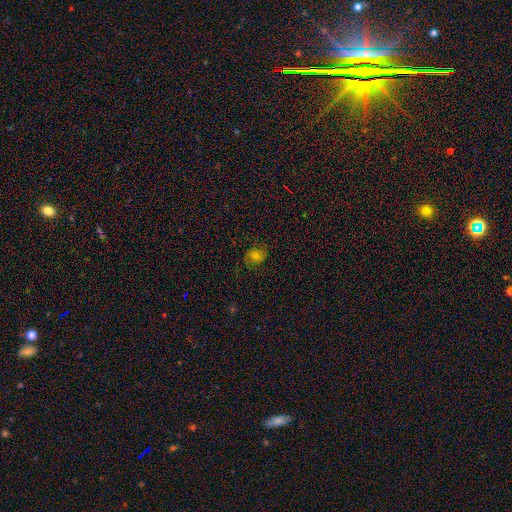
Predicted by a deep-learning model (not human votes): Morphology: type=featured or disk (48%); merging=none (74%).